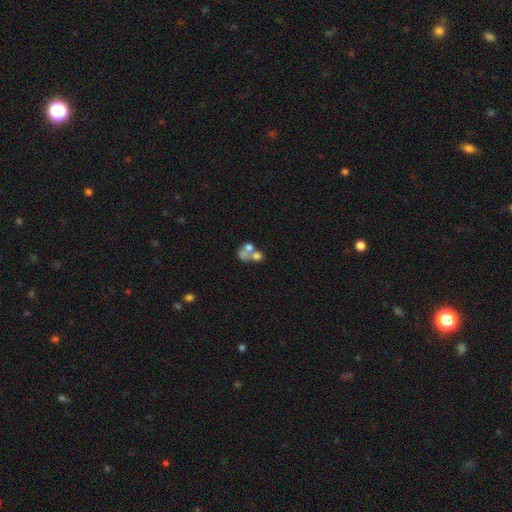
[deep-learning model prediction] Smooth or featured? Predicted: smooth (p=0.45). Merging? Predicted: merger (p=0.42).